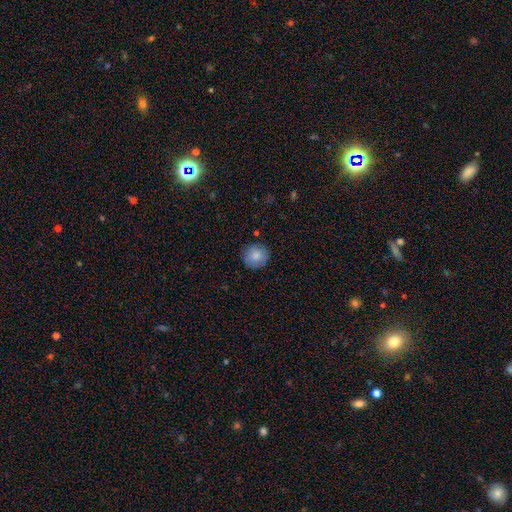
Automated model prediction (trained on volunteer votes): Smooth or featured: smooth — 84% (featured or disk — 9%)
How rounded: round — 92% (in between — 7%)
Merging: none — 86% (minor disturbance — 10%)